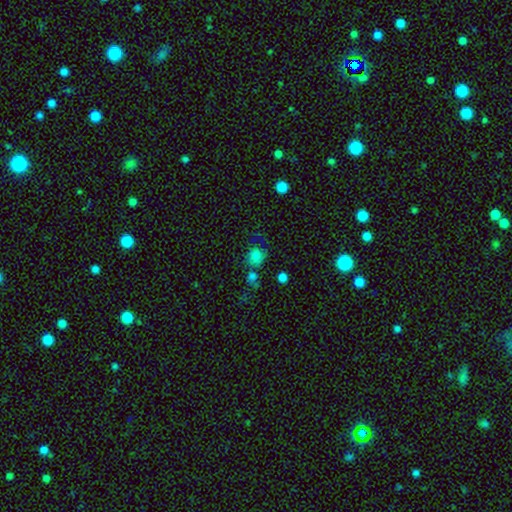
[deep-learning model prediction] Smooth or featured? Predicted: smooth (p=0.78). How rounded? Predicted: round (p=0.72). Merging? Predicted: none (p=0.52).